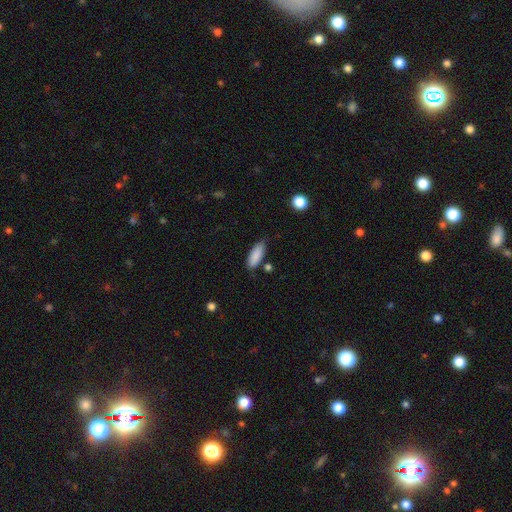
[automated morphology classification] This is clearly a smooth galaxy (88%). How rounded: likely in between (73%). Merging: likely none (78%).